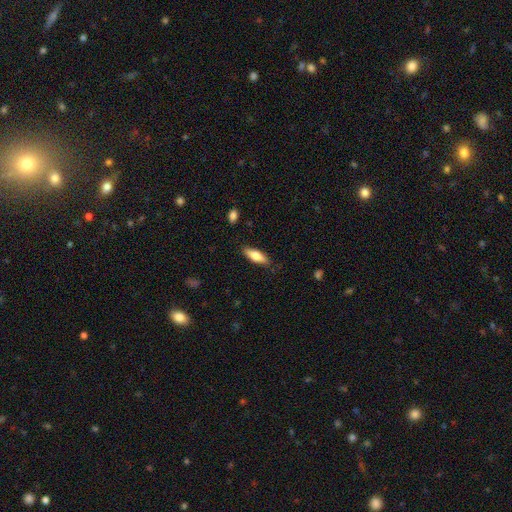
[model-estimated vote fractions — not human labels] This appears to be a smooth galaxy with no disk features (71%) that is in between round and cigar-shaped (59%). Merging: none (85%).